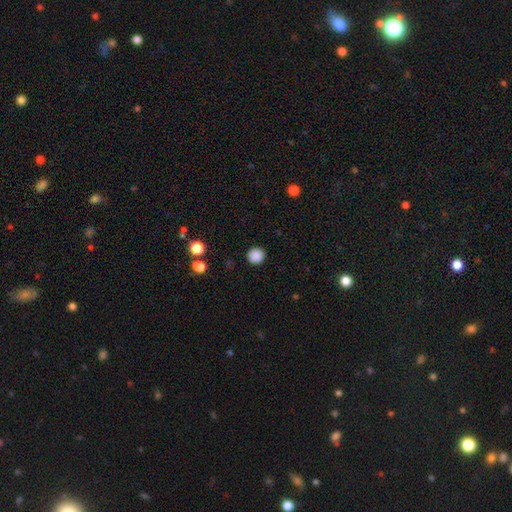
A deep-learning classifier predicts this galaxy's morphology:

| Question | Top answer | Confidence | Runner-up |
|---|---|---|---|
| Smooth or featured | smooth | 87% | star or artifact (11%) |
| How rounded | round | 94% | in between (6%) |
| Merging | none | 91% | minor disturbance (5%) |